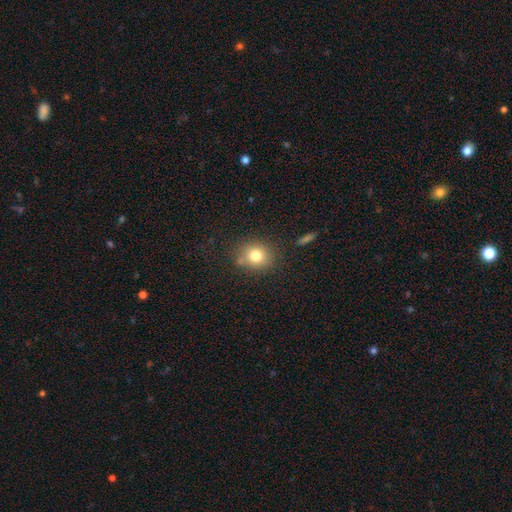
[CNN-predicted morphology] Overall: smooth (78%). How rounded: round (73%). Merging: none (77%).